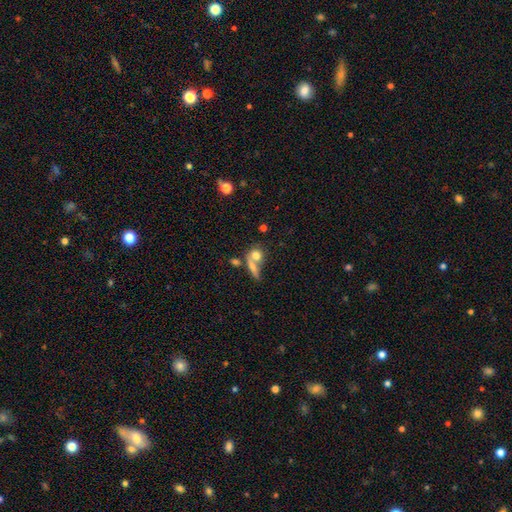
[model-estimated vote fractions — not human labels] Smooth or featured: smooth — 72% (featured or disk — 18%)
How rounded: round — 60% (in between — 29%)
Merging: merger — 45% (none — 36%)